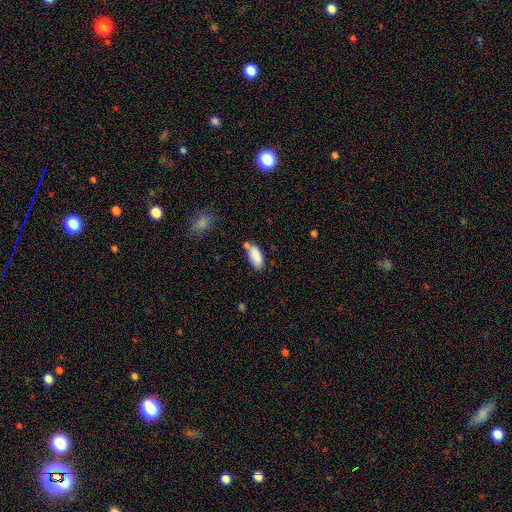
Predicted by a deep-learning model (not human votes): The model was most divided on "merging": none: 60%, minor disturbance: 19%, merger: 16%, major disturbance: 5%. More confident: how rounded — in between (88%); smooth or featured — smooth (87%).